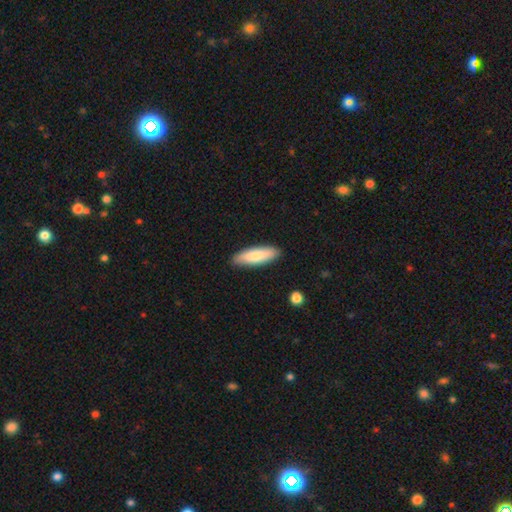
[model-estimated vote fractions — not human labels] This appears to be a smooth galaxy with no disk features (79%) that is cigar-shaped (54%). Merging: none (89%).